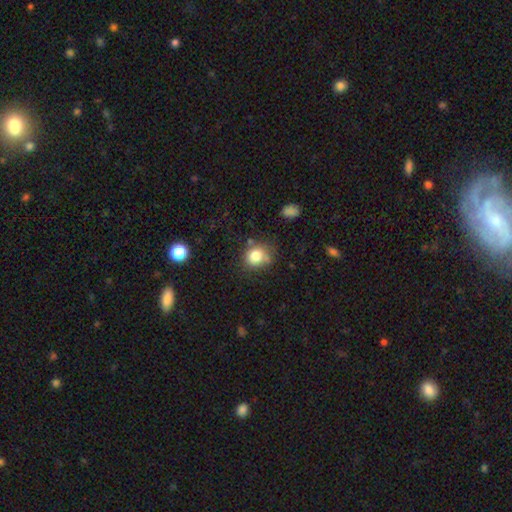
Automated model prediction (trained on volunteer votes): Morphology: type=smooth (81%); roundness=round (71%); merging=none (63%).